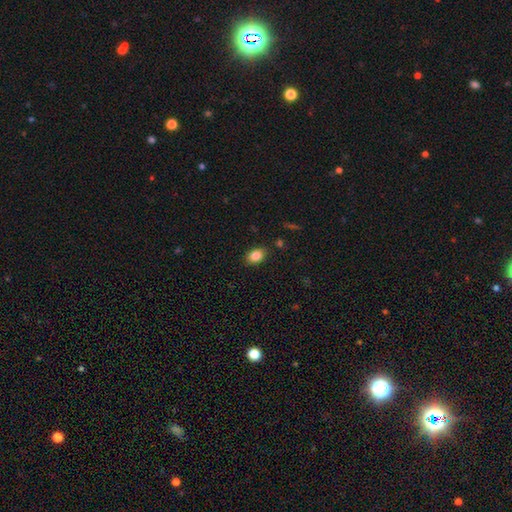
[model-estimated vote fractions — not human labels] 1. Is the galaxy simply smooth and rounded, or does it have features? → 84% smooth, 9% star or artifact, 7% featured or disk.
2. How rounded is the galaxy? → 77% in between, 22% round, 1% cigar-shaped.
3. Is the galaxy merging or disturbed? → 86% none, 10% minor disturbance, 2% major disturbance, 2% merger.